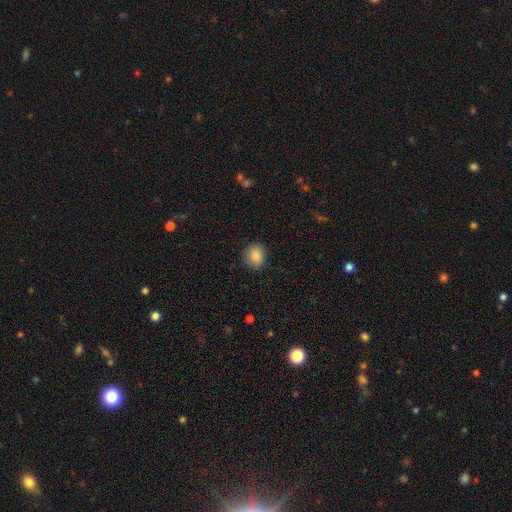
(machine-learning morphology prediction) Smooth or featured? smooth (85%)
How rounded? round (69%)
Merging? none (88%)